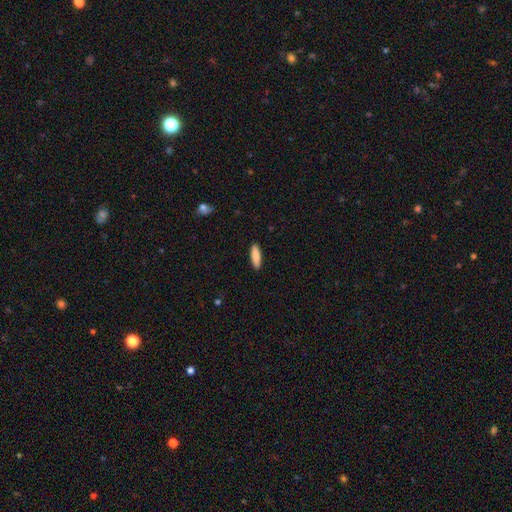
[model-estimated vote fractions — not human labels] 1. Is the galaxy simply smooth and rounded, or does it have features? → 83% smooth, 11% featured or disk, 6% star or artifact.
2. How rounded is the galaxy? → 60% cigar-shaped, 39% in between, 2% round.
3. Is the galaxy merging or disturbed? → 90% none, 7% minor disturbance, 2% major disturbance, 1% merger.